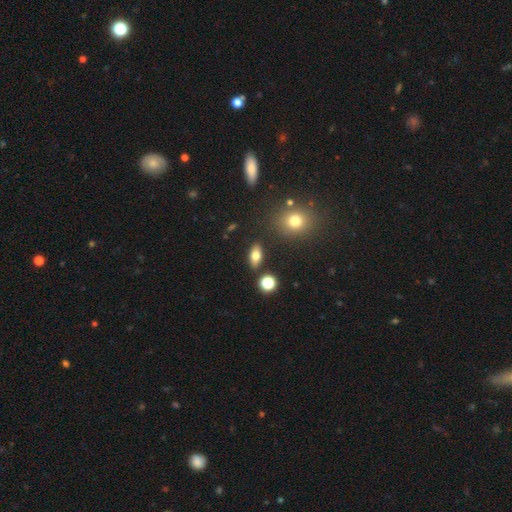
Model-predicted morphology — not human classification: Smooth or featured?
  - smooth: 72% *
  - featured or disk: 18%
  - star or artifact: 11%
How rounded?
  - in between: 81% *
  - round: 10%
  - cigar-shaped: 9%
Merging?
  - none: 84% *
  - minor disturbance: 9%
  - merger: 4%
  - major disturbance: 3%